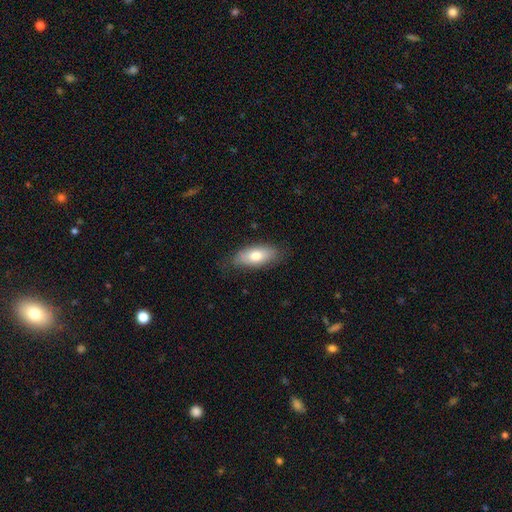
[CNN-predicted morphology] Smooth or featured? smooth (75%)
How rounded? in between (84%)
Merging? none (78%)